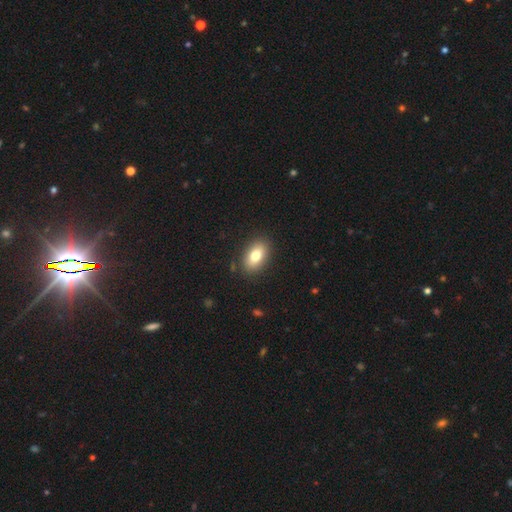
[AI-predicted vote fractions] Smooth or featured: smooth — 78% (featured or disk — 14%)
How rounded: in between — 89% (round — 8%)
Merging: none — 88% (minor disturbance — 9%)